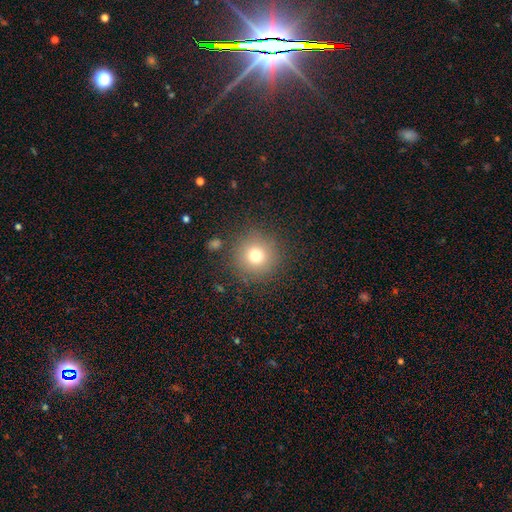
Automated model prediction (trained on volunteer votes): This is likely a smooth galaxy (75%). How rounded: clearly round (95%). Merging: clearly none (87%).